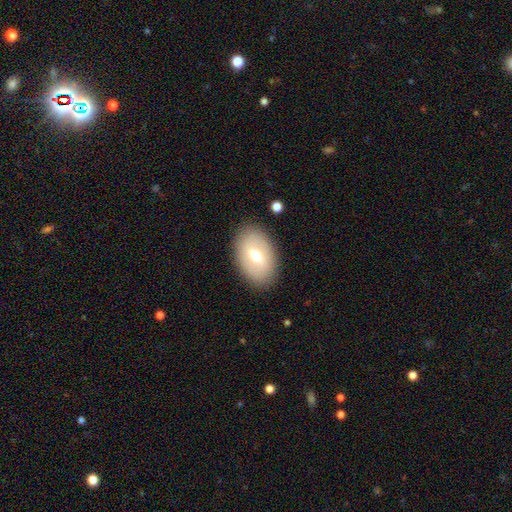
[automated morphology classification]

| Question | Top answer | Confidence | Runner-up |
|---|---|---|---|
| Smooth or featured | smooth | 60% | featured or disk (33%) |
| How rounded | in between | 86% | round (12%) |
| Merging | none | 85% | minor disturbance (10%) |